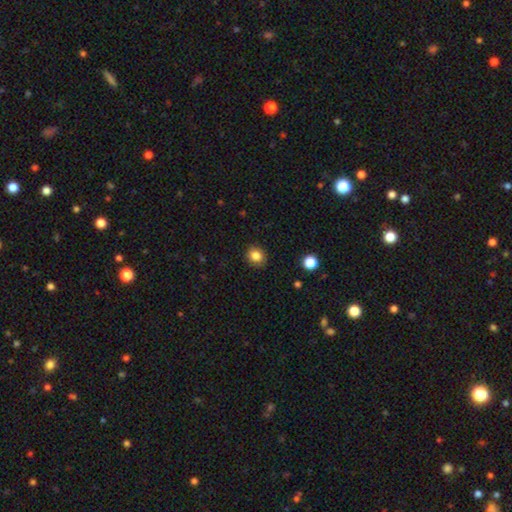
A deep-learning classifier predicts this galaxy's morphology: A smooth galaxy with no disk features (83%) that is round (76%).

Vote fractions:
- Smooth or featured? smooth: 83% / star or artifact: 11% / featured or disk: 6%
- How rounded? round: 76% / in between: 24% / cigar-shaped: 1%
- Merging? none: 89% / minor disturbance: 8% / major disturbance: 2% / merger: 1%